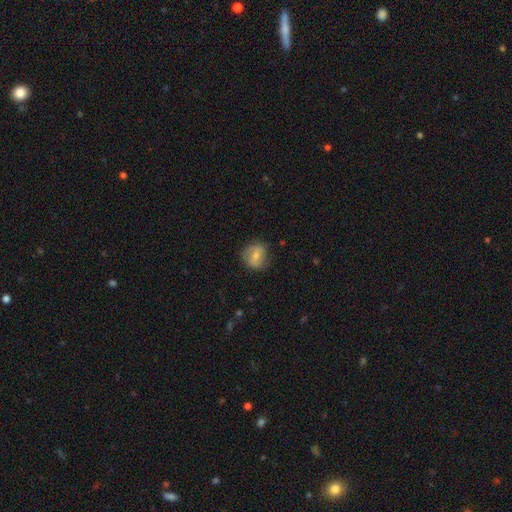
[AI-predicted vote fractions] smooth-or-featured: smooth: 61% | featured or disk: 31% | star or artifact: 8%
  how-rounded: round: 76% | in between: 22% | cigar-shaped: 1%
  merging: none: 74% | minor disturbance: 19% | major disturbance: 6% | merger: 1%